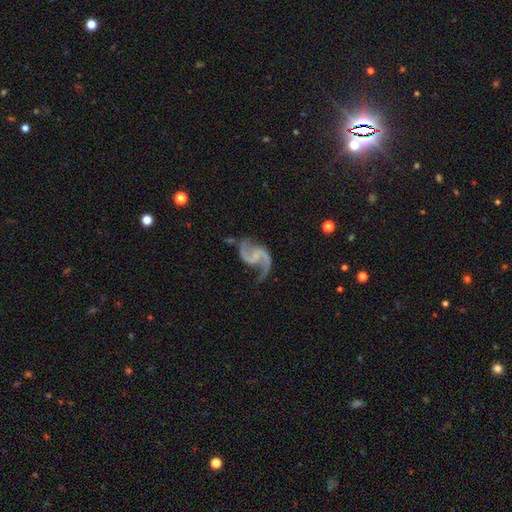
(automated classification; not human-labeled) smooth_or_featured: featured or disk (p=0.93) [alt: star or artifact p=0.04]
disk_edge_on: no (p=0.98) [alt: yes p=0.02]
bar: no (p=0.44) [alt: weak p=0.42]
has_spiral_arms: yes (p=0.98) [alt: no p=0.02]
spiral_winding: loose (p=0.53) [alt: medium p=0.41]
spiral_arm_count: 2 (p=0.94) [alt: 1 p=0.02]
bulge_size: small (p=0.50) [alt: none p=0.38]
merging: none (p=0.69) [alt: minor disturbance p=0.18]